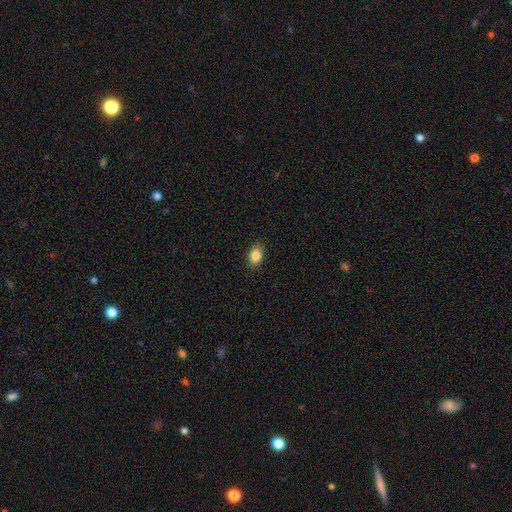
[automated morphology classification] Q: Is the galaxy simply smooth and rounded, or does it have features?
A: smooth — 86%.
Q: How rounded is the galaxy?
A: in between — 84%.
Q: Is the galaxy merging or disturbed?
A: none — 89%.